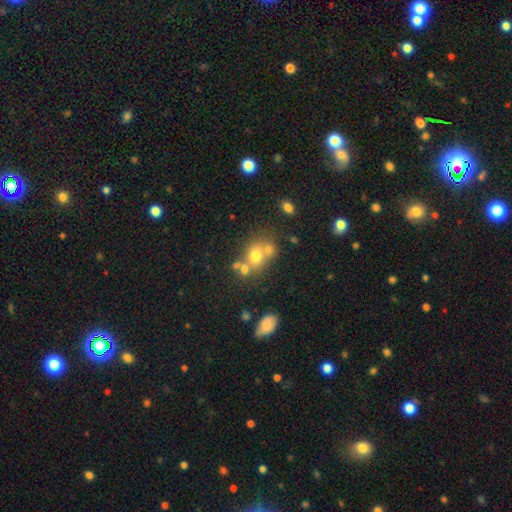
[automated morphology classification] This is likely a smooth galaxy (64%). How rounded: likely round (61%). Merging: marginally merger (44%).